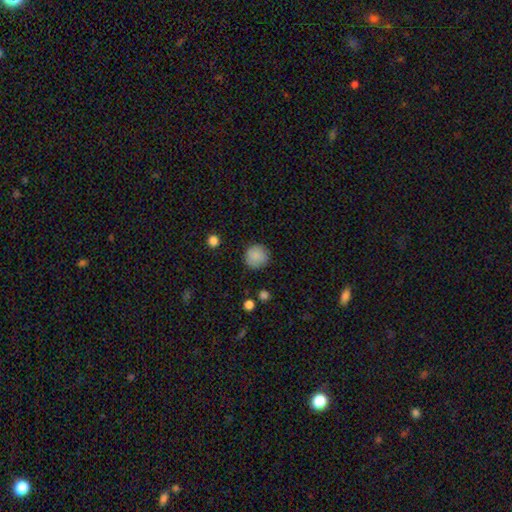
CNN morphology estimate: Q: Smooth or featured?
A: smooth (88%); runner-up: star or artifact (8%)
Q: How rounded?
A: round (93%); runner-up: in between (6%)
Q: Merging?
A: none (89%); runner-up: minor disturbance (8%)